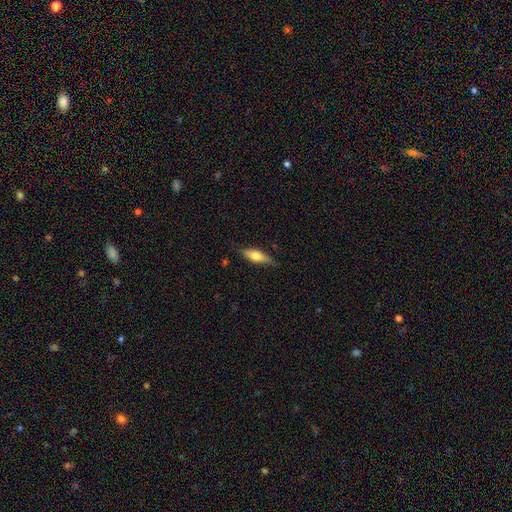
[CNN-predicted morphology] This is possibly a smooth galaxy (59%). How rounded: possibly in between (50%). Merging: likely none (78%).